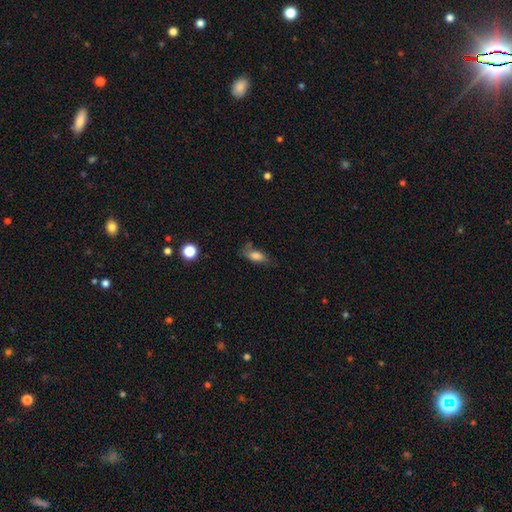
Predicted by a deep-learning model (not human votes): smooth 78%, featured or disk 12%, star or artifact 10%. Down the decision tree: how rounded — in between (80%); merging — none (60%).